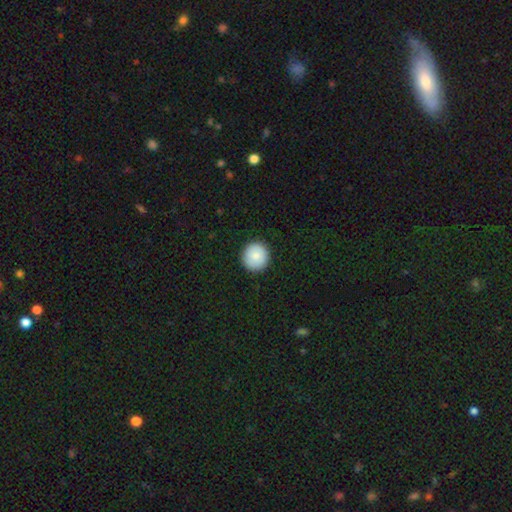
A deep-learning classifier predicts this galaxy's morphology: The model was most divided on "smooth or featured": smooth: 85%, star or artifact: 8%, featured or disk: 7%. More confident: how rounded — round (93%); merging — none (92%).